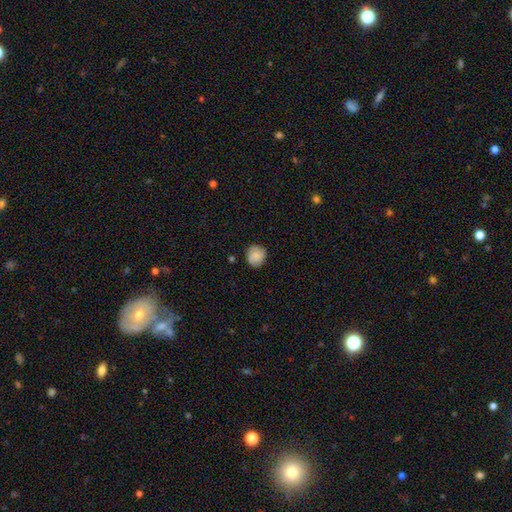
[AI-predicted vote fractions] This appears to be a smooth galaxy with no disk features (82%) that is round (86%). Merging: none (83%).